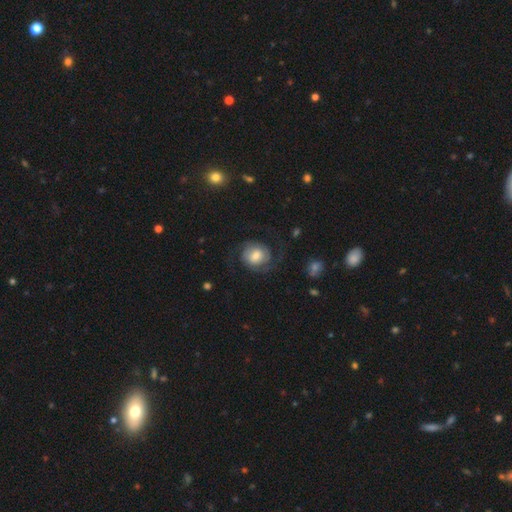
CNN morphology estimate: Smooth or featured?
  - featured or disk: 63% *
  - smooth: 30%
  - star or artifact: 7%
Edge-on disk?
  - no: 98% *
  - yes: 2%
Bar?
  - no: 51% *
  - weak: 39%
  - strong: 9%
Spiral arms?
  - yes: 90% *
  - no: 10%
Spiral winding?
  - medium: 43% *
  - tight: 34%
  - loose: 23%
Spiral arm count?
  - 2: 78% *
  - can't tell: 9%
  - 1: 5%
  - 3: 4%
  - 4: 2%
  - more than 4: 2%
Bulge size?
  - moderate: 56% *
  - small: 23%
  - large: 15%
  - dominant: 3%
  - none: 3%
Merging?
  - none: 68% *
  - major disturbance: 16%
  - minor disturbance: 15%
  - merger: 1%